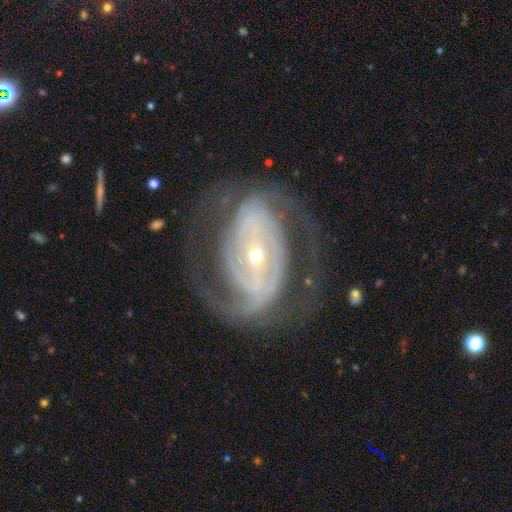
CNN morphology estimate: Smooth or featured? Predicted: featured or disk (p=0.89). Edge-on disk? Predicted: no (p=0.96). Bar? Predicted: strong (p=0.40). Spiral arms? Predicted: yes (p=0.95). Spiral winding? Predicted: tight (p=0.44). Spiral arm count? Predicted: 2 (p=0.72). Bulge size? Predicted: small (p=0.67). Merging? Predicted: none (p=0.68).